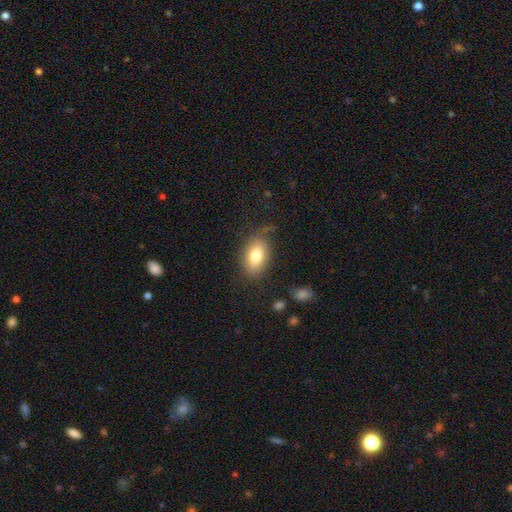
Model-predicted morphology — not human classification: smooth-or-featured: smooth: 80% | featured or disk: 13% | star or artifact: 7%
  how-rounded: in between: 89% | round: 8% | cigar-shaped: 2%
  merging: none: 76% | minor disturbance: 17% | major disturbance: 5% | merger: 2%